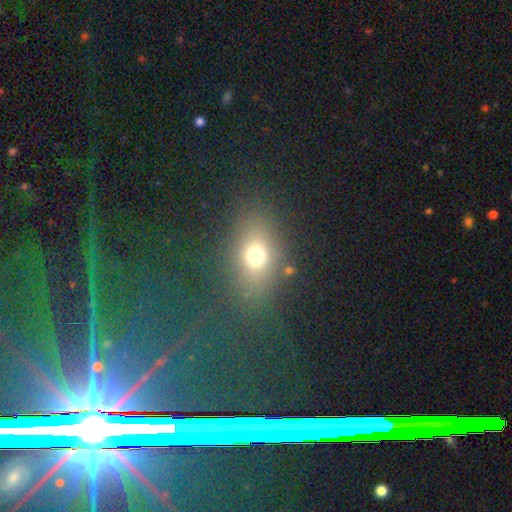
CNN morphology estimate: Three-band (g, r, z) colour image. It shows a smooth galaxy with no disk features (68%) that is in between round and cigar-shaped (56%). Merging: none (72%).